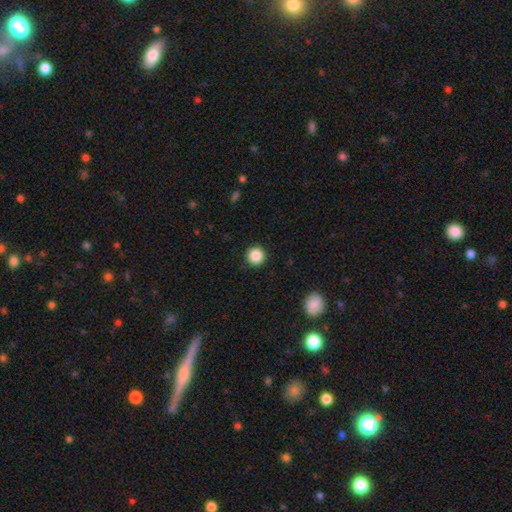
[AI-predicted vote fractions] The model was most divided on "smooth or featured": smooth: 87%, star or artifact: 10%, featured or disk: 4%. More confident: how rounded — round (95%); merging — none (92%).